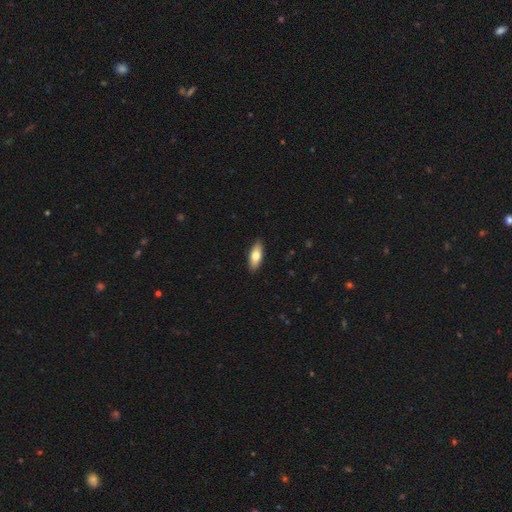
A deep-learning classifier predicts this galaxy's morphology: Smooth or featured? Predicted: smooth (p=0.72). How rounded? Predicted: in between (p=0.75). Merging? Predicted: none (p=0.90).